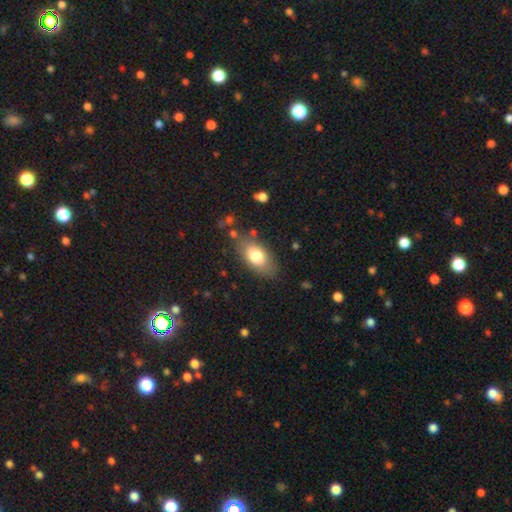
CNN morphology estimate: smooth 77%, featured or disk 16%, star or artifact 7%. Down the decision tree: how rounded — in between (90%); merging — none (78%).